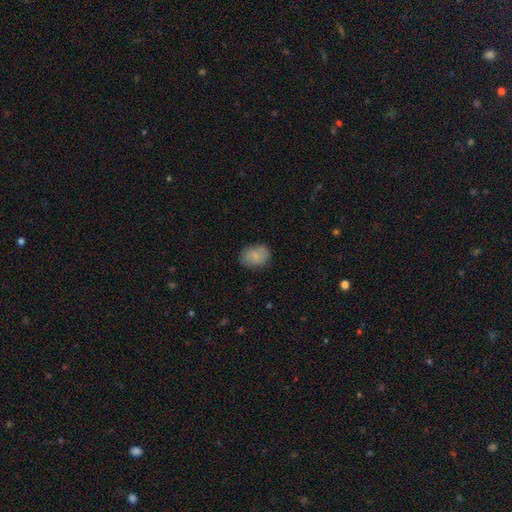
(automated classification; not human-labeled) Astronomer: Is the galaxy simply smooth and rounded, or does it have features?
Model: smooth — 84%.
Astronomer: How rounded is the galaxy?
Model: in between — 68%.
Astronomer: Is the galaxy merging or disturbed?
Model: none — 80%.